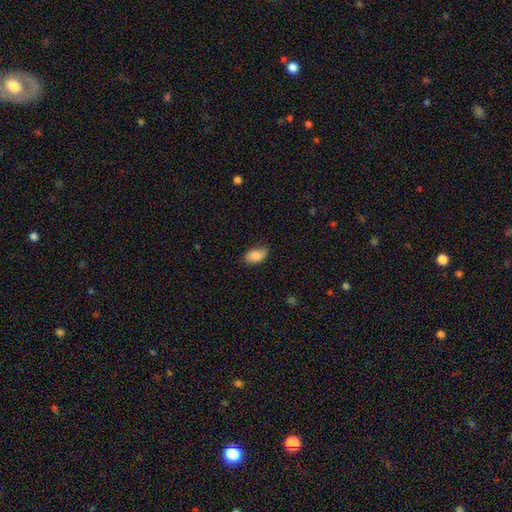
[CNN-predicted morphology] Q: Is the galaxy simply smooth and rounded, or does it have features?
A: smooth — 81%.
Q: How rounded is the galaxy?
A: in between — 92%.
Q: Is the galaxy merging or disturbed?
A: none — 72%.